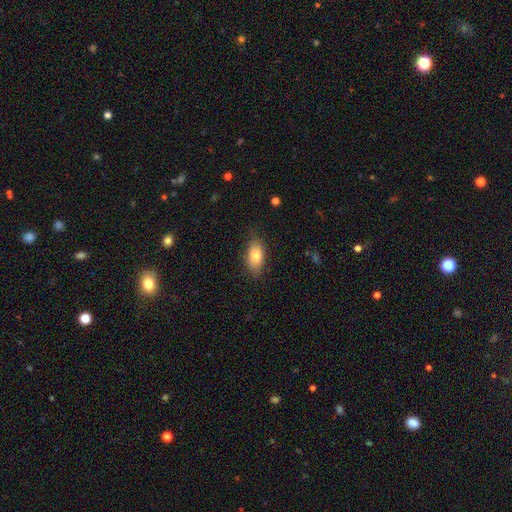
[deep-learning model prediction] smooth 79%, featured or disk 14%, star or artifact 7%. Down the decision tree: how rounded — in between (89%); merging — none (80%).